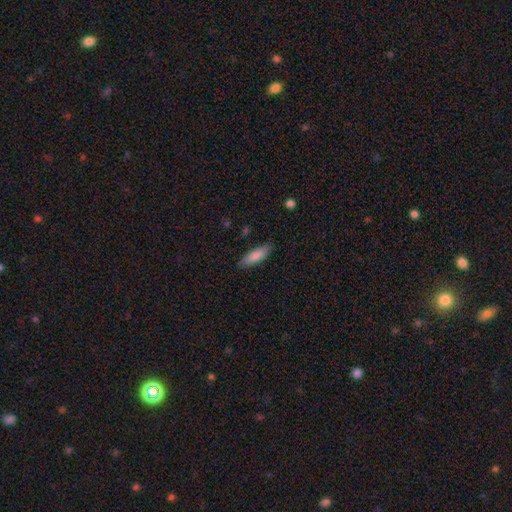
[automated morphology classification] The model was most divided on "how rounded": cigar-shaped: 53%, in between: 45%, round: 1%. More confident: merging — none (86%); smooth or featured — smooth (85%).